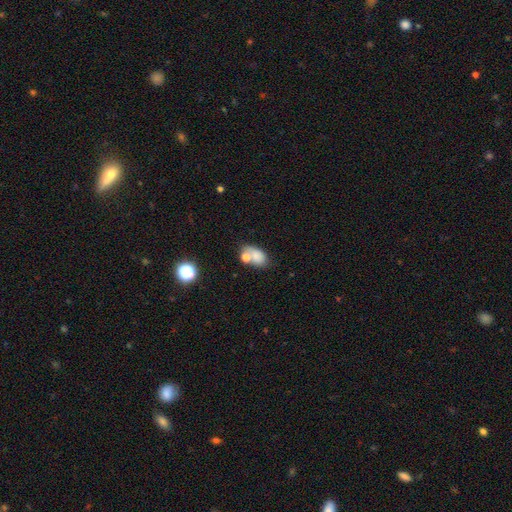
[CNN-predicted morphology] type=smooth (75%); roundness=in between (82%); merging=none (41%).